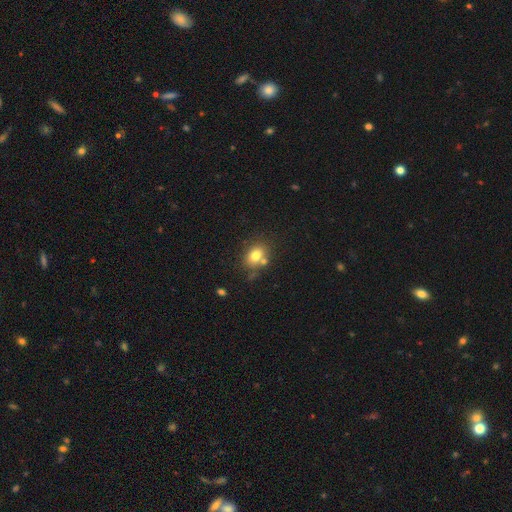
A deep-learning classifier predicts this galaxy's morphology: Smooth or featured? Predicted: smooth (p=0.77). How rounded? Predicted: in between (p=0.64). Merging? Predicted: none (p=0.64).